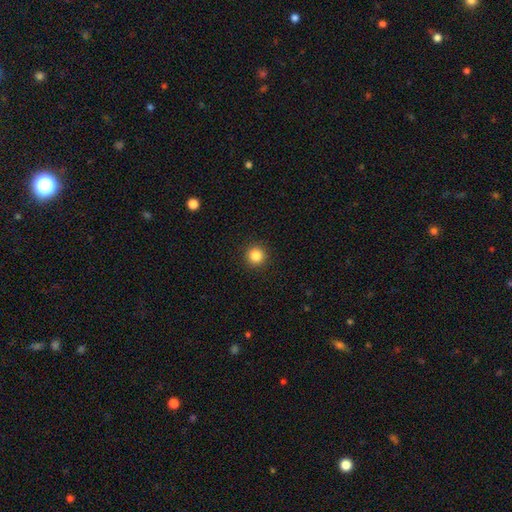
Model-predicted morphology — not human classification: A smooth galaxy with no disk features (84%) that is round (95%).

Vote fractions:
- Smooth or featured? smooth: 84% / star or artifact: 11% / featured or disk: 4%
- How rounded? round: 95% / in between: 4% / cigar-shaped: 1%
- Merging? none: 92% / minor disturbance: 5% / major disturbance: 2% / merger: 1%